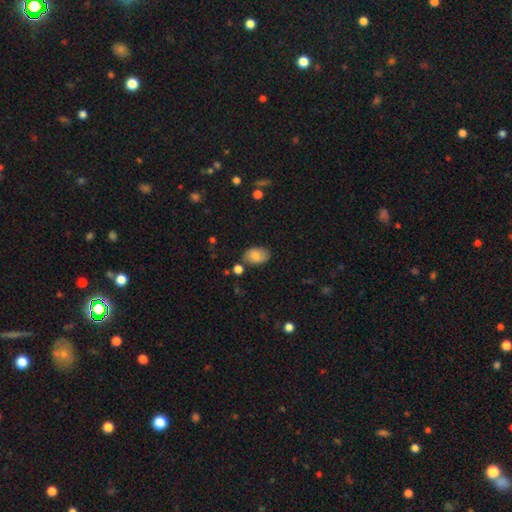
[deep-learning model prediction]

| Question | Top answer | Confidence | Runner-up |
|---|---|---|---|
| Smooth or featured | smooth | 82% | featured or disk (11%) |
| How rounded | in between | 88% | round (10%) |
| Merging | none | 76% | minor disturbance (16%) |